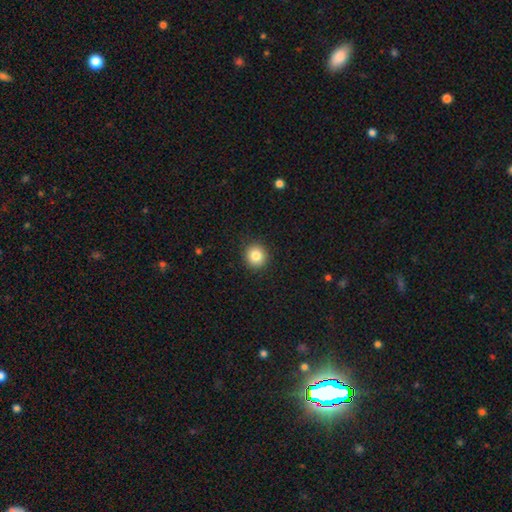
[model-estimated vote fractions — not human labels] The model was most divided on "smooth or featured": smooth: 84%, star or artifact: 10%, featured or disk: 6%. More confident: merging — none (92%); how rounded — round (91%).